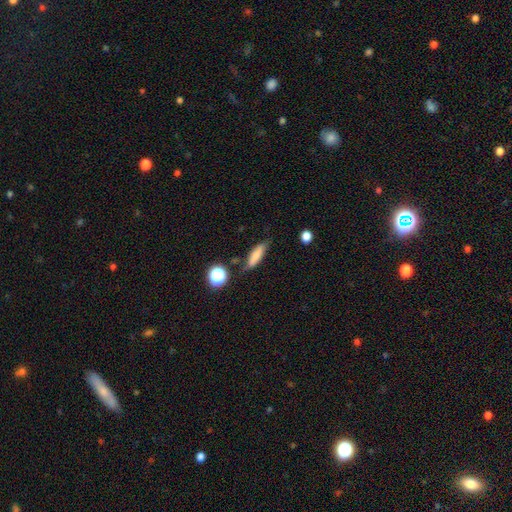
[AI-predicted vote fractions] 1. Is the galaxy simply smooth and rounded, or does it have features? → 71% smooth, 19% featured or disk, 10% star or artifact.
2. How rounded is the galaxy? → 63% cigar-shaped, 33% in between, 4% round.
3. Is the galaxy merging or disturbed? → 69% none, 21% minor disturbance, 5% major disturbance, 5% merger.